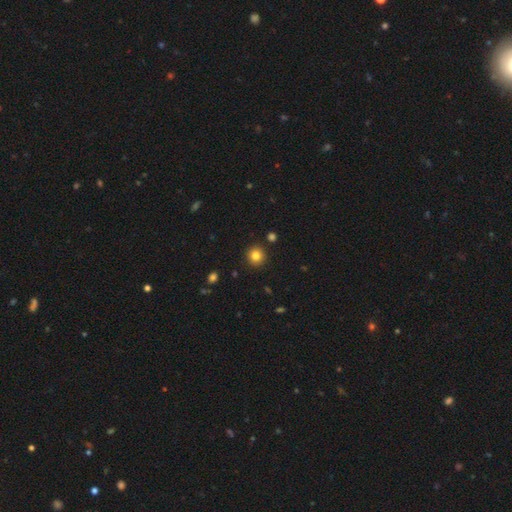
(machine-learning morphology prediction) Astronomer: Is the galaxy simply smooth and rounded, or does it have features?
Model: smooth — 82%.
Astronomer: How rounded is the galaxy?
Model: round — 93%.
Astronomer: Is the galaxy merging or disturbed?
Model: none — 91%.